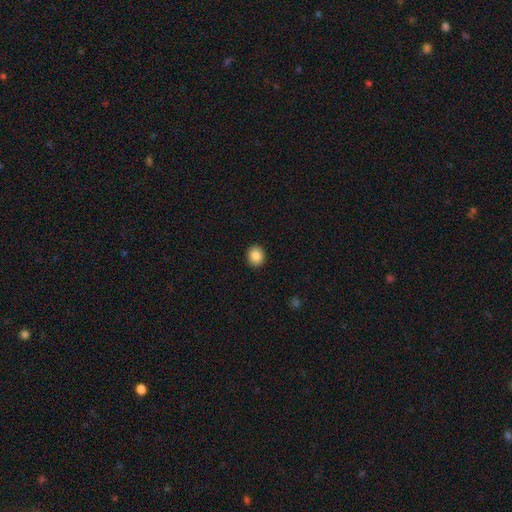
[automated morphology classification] This is clearly a smooth galaxy (87%). How rounded: likely round (74%). Merging: clearly none (91%).